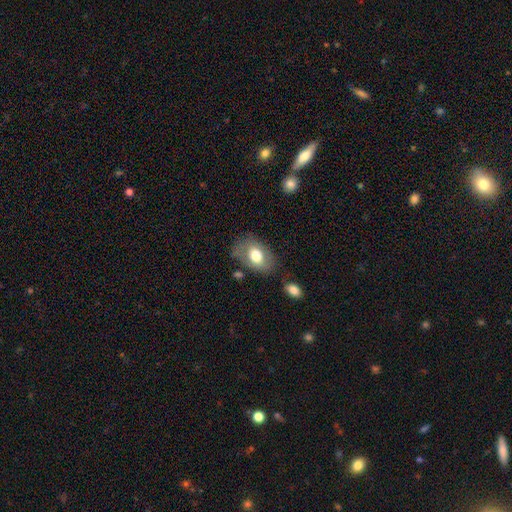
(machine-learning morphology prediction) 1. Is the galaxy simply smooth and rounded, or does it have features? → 69% smooth, 24% featured or disk, 7% star or artifact.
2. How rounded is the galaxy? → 83% in between, 16% round, 1% cigar-shaped.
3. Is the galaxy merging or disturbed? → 64% none, 23% minor disturbance, 9% major disturbance, 5% merger.